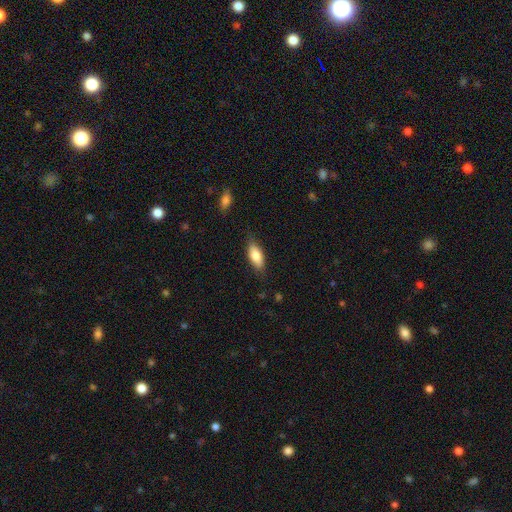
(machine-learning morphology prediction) Smooth or featured? smooth (79%)
How rounded? in between (82%)
Merging? none (79%)